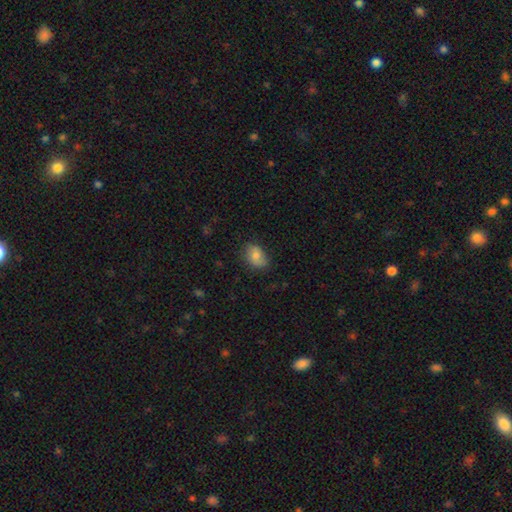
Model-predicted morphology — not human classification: type=smooth (78%); roundness=in between (78%); merging=none (74%).